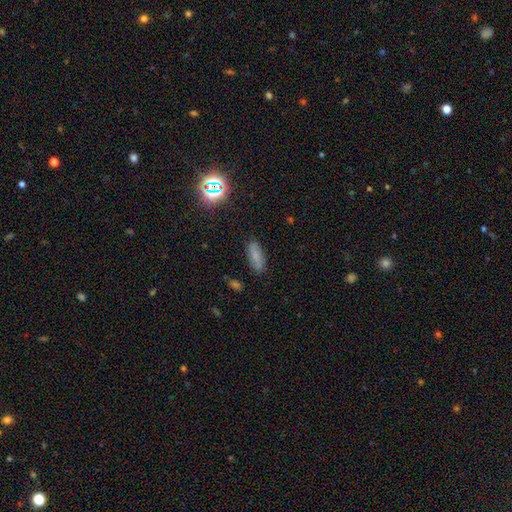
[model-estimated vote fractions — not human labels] smooth-or-featured: smooth: 75% | star or artifact: 13% | featured or disk: 12%
  how-rounded: in between: 66% | cigar-shaped: 31% | round: 3%
  merging: none: 84% | minor disturbance: 12% | major disturbance: 3% | merger: 2%